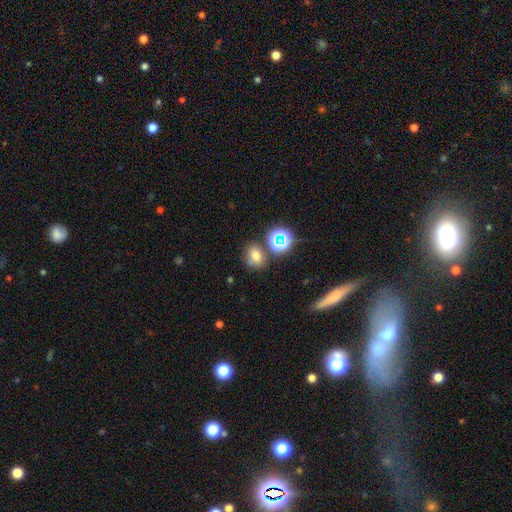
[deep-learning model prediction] Overall: smooth (66%). How rounded: round (53%; in between 46%). Merging: none (70%).